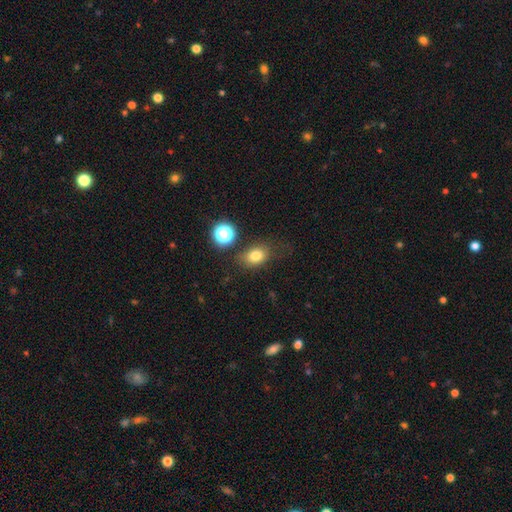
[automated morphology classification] Smooth or featured? Predicted: smooth (p=0.77). How rounded? Predicted: in between (p=0.64). Merging? Predicted: none (p=0.70).